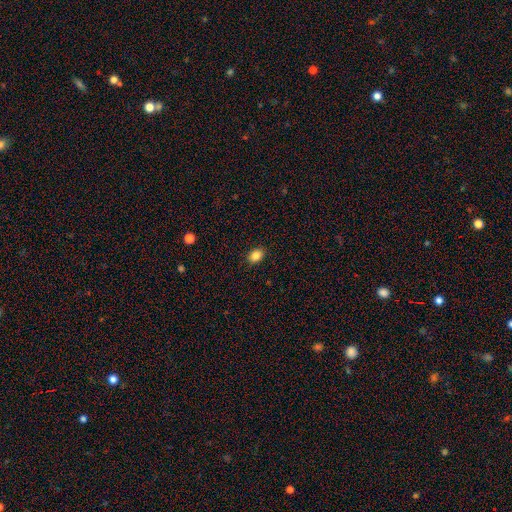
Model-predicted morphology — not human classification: Smooth or featured? smooth (86%)
How rounded? in between (71%)
Merging? none (89%)